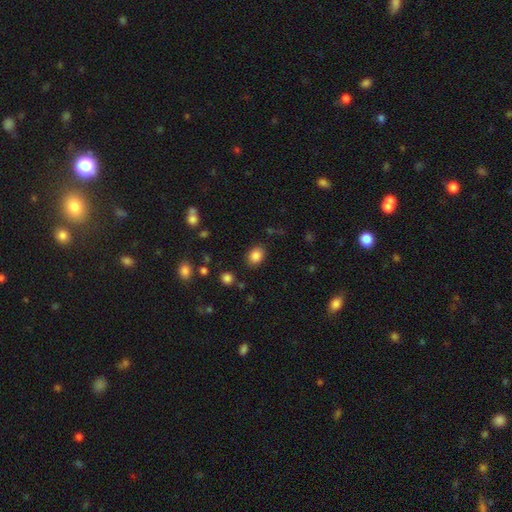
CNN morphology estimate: This appears to be a smooth galaxy with no disk features (85%) that is in between round and cigar-shaped (63%). Merging: none (84%).